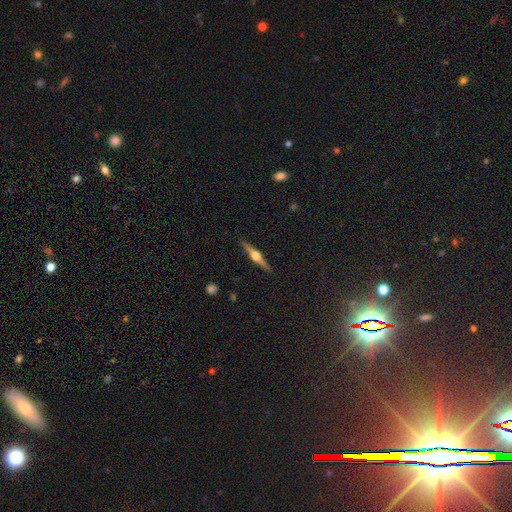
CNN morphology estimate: A featured or disk galaxy (81%) viewed edge-on (98%) with a rounded central bulge (95%). Merging: none (92%).